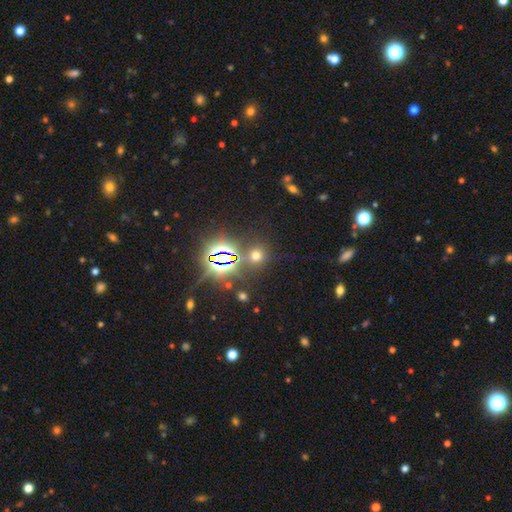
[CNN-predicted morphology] Smooth or featured?
  - smooth: 48% *
  - star or artifact: 44%
  - featured or disk: 8%
Merging?
  - none: 77% *
  - minor disturbance: 10%
  - merger: 9%
  - major disturbance: 5%